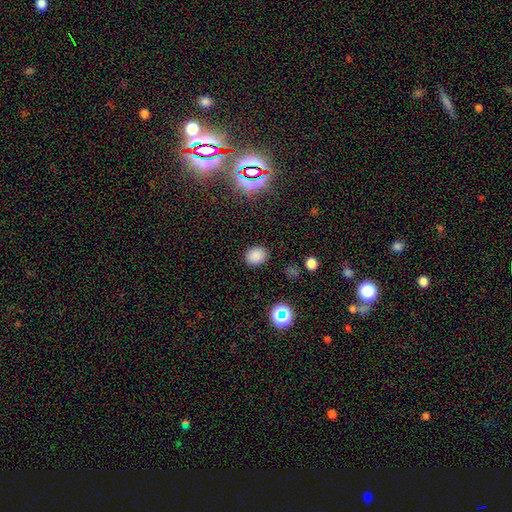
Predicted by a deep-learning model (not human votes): Overall: smooth (82%). How rounded: round (51%; in between 48%). Merging: none (87%).